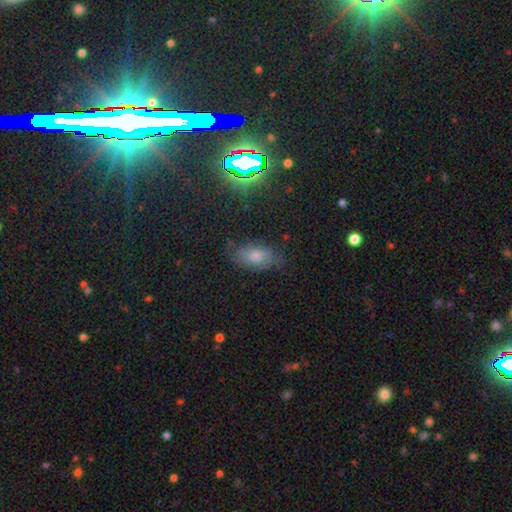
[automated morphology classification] This is marginally a smooth galaxy (44%). Merging: likely none (73%).